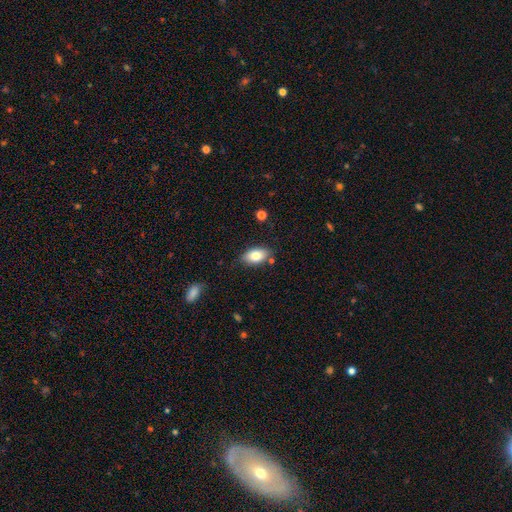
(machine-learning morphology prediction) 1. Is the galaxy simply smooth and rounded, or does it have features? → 80% smooth, 12% featured or disk, 8% star or artifact.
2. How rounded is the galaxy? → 91% in between, 7% round, 3% cigar-shaped.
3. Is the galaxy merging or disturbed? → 80% none, 14% minor disturbance, 3% merger, 3% major disturbance.